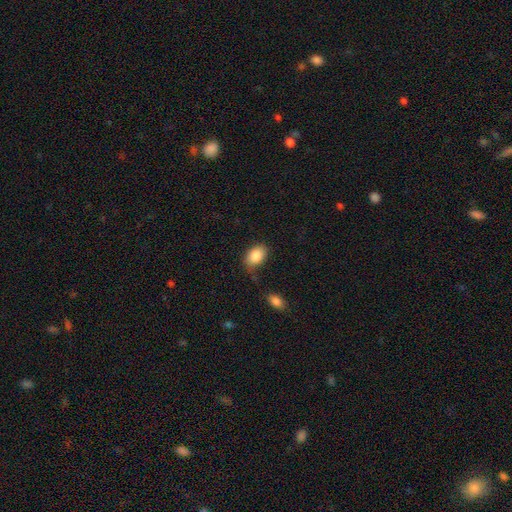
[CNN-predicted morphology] Smooth or featured? Predicted: smooth (p=0.86). How rounded? Predicted: in between (p=0.85). Merging? Predicted: none (p=0.69).